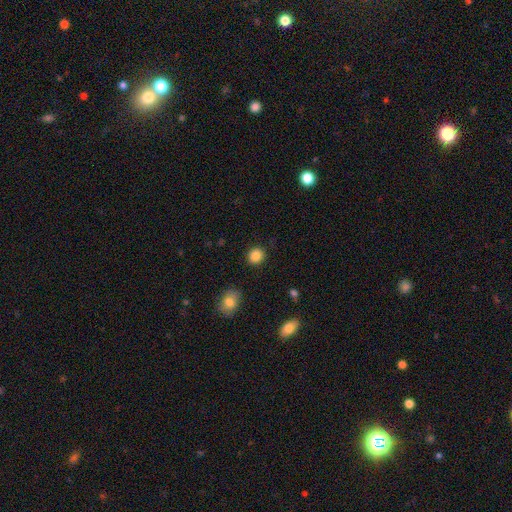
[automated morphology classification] type=smooth (87%); roundness=round (80%); merging=none (89%).